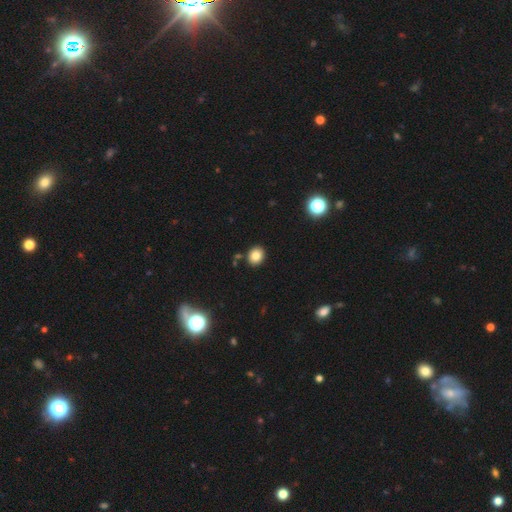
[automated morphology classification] Smooth or featured? smooth (83%)
How rounded? round (66%)
Merging? none (87%)